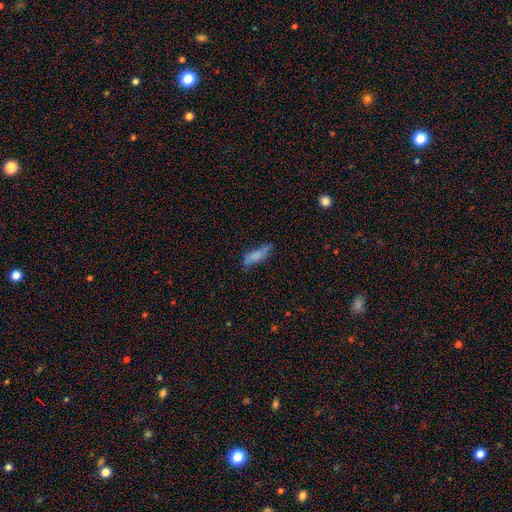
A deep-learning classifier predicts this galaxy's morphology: Smooth or featured? Predicted: smooth (p=0.73). How rounded? Predicted: cigar-shaped (p=0.51). Merging? Predicted: none (p=0.55).